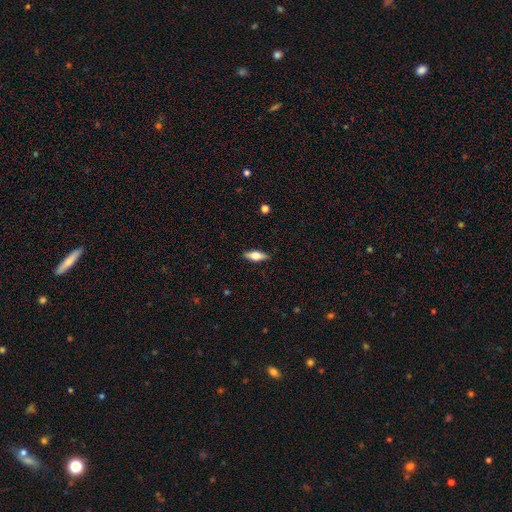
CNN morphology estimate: A smooth galaxy with no disk features (49%). Merging: none (88%).